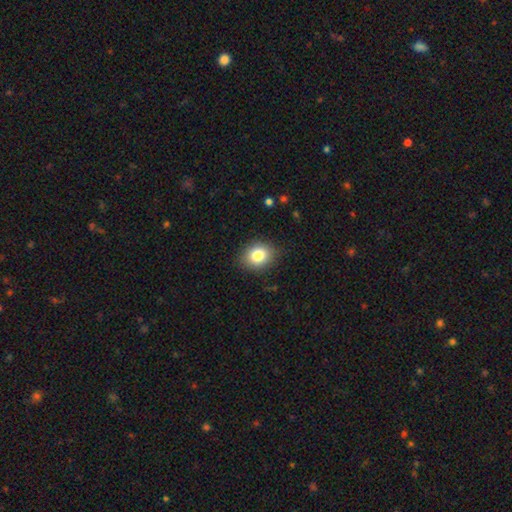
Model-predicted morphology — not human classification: This is clearly a smooth galaxy (82%). How rounded: possibly round (54%). Merging: clearly none (87%).